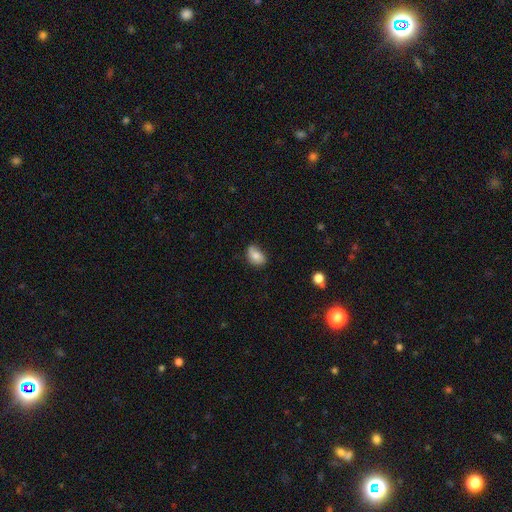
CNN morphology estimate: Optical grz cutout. It shows a smooth galaxy with no disk features (75%) that is in between round and cigar-shaped (82%). Merging: none (62%).